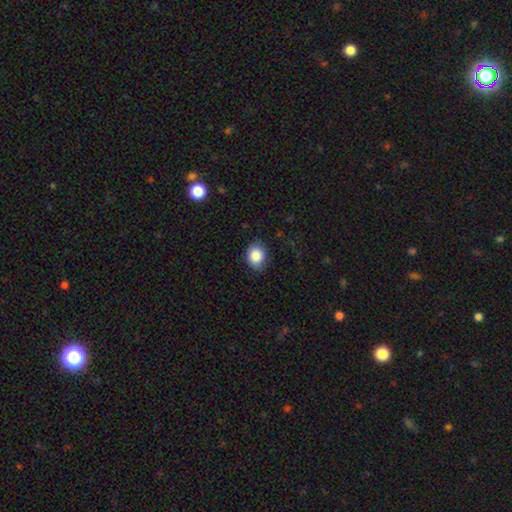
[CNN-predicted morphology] Q: Smooth or featured?
A: smooth (87%); runner-up: star or artifact (8%)
Q: How rounded?
A: round (61%); runner-up: in between (38%)
Q: Merging?
A: none (82%); runner-up: minor disturbance (14%)